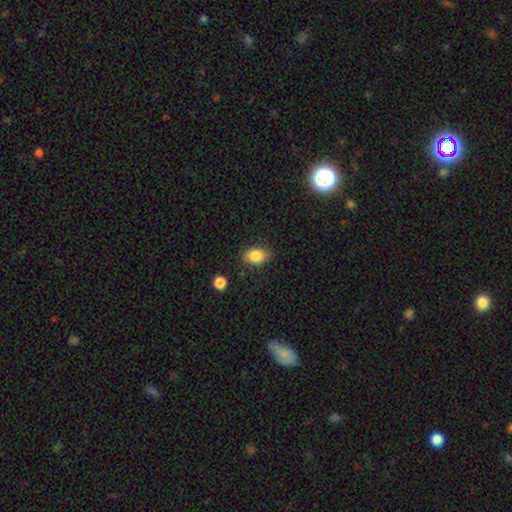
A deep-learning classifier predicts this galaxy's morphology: Smooth or featured? smooth (85%)
How rounded? in between (80%)
Merging? none (80%)